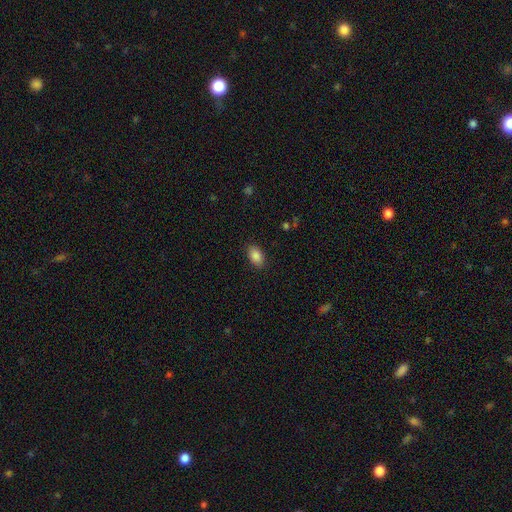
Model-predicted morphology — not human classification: A smooth galaxy with no disk features (88%) that is in between round and cigar-shaped (91%).

Vote fractions:
- Smooth or featured? smooth: 88% / star or artifact: 8% / featured or disk: 4%
- How rounded? in between: 91% / round: 7% / cigar-shaped: 2%
- Merging? none: 88% / minor disturbance: 9% / major disturbance: 2% / merger: 1%